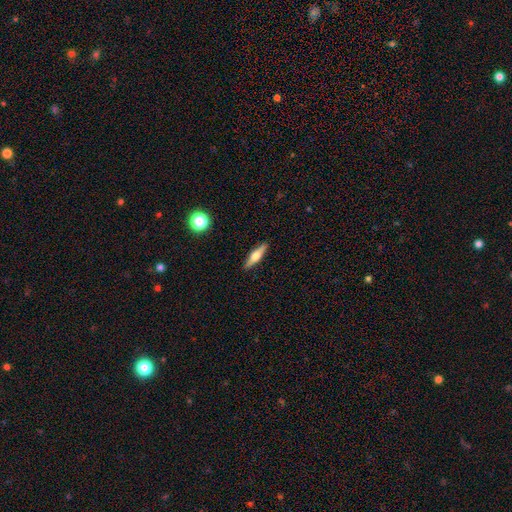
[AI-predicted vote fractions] This appears to be a featured or disk galaxy (52%) viewed edge-on (95%). Merging: none (90%).